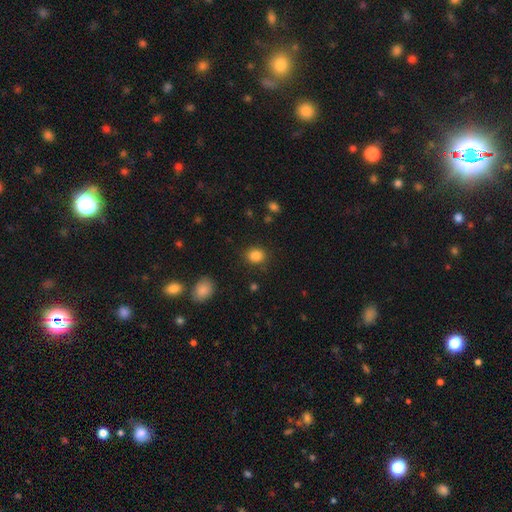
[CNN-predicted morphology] Smooth or featured?
  - smooth: 86% *
  - star or artifact: 10%
  - featured or disk: 4%
How rounded?
  - round: 68% *
  - in between: 31%
  - cigar-shaped: 1%
Merging?
  - none: 86% *
  - minor disturbance: 9%
  - major disturbance: 3%
  - merger: 2%